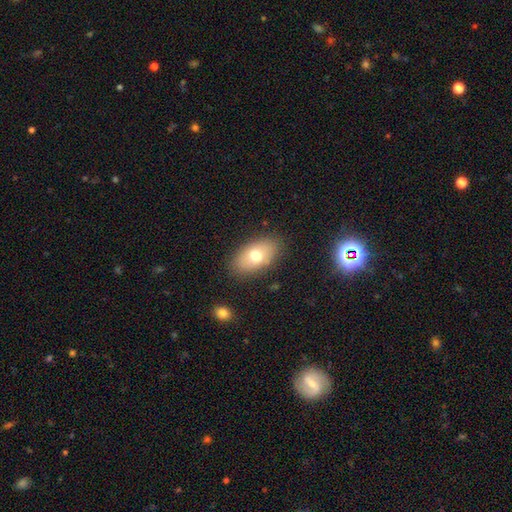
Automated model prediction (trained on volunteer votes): Overall: smooth (71%). How rounded: in between (91%). Merging: none (85%).